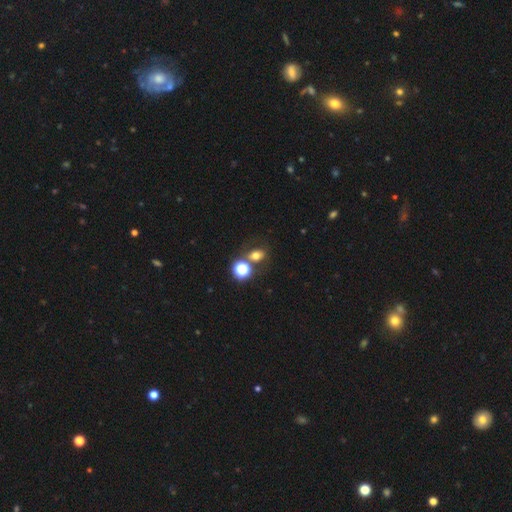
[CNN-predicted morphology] Smooth or featured? smooth (64%)
How rounded? in between (50%)
Merging? none (62%)